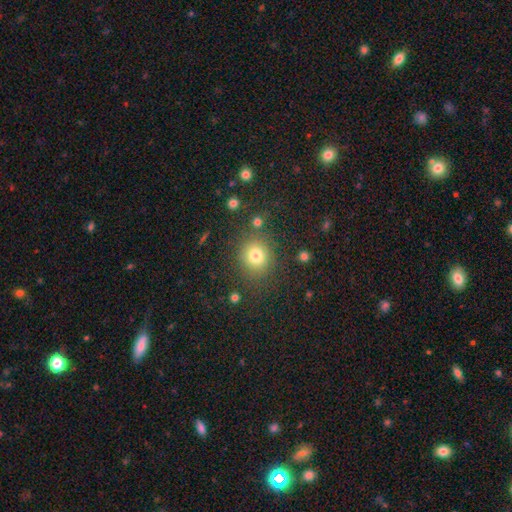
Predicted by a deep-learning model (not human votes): Q: Smooth or featured?
A: smooth (77%); runner-up: star or artifact (16%)
Q: How rounded?
A: round (80%); runner-up: in between (19%)
Q: Merging?
A: none (79%); runner-up: minor disturbance (11%)